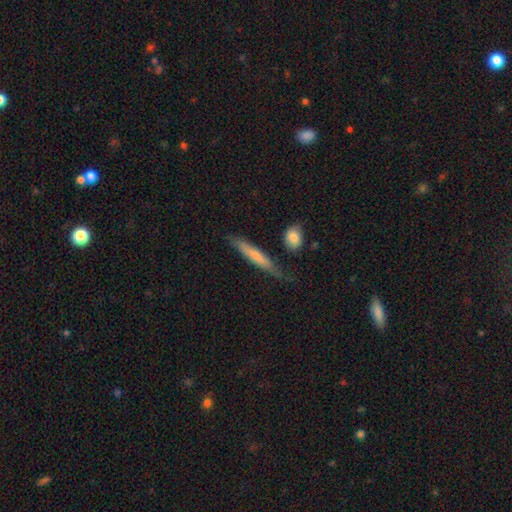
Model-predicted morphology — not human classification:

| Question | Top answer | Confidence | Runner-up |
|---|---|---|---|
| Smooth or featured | smooth | 58% | featured or disk (36%) |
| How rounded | cigar-shaped | 90% | in between (8%) |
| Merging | none | 70% | minor disturbance (20%) |